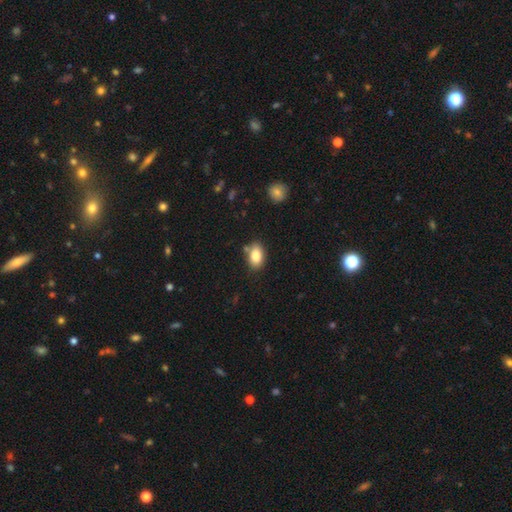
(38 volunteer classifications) This appears to be a smooth galaxy with no disk features (89%) that is in between round and cigar-shaped (79%). Merging: none (64%).